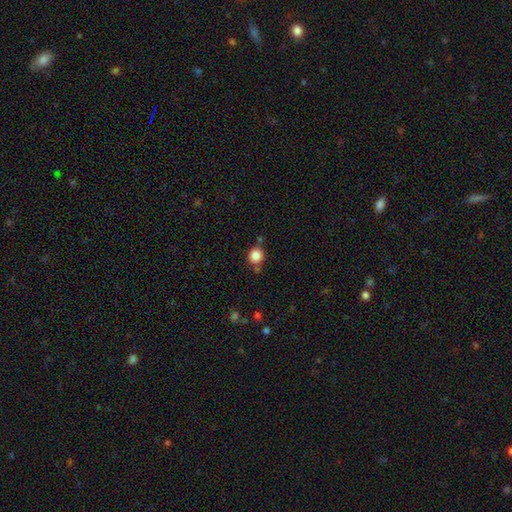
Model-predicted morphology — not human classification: This appears to be a smooth galaxy with no disk features (85%) that is round (89%). Merging: none (74%).